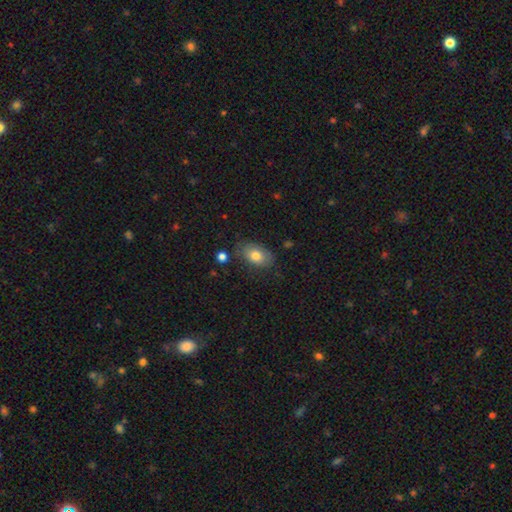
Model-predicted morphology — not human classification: Smooth or featured? Predicted: smooth (p=0.77). How rounded? Predicted: in between (p=0.88). Merging? Predicted: none (p=0.76).